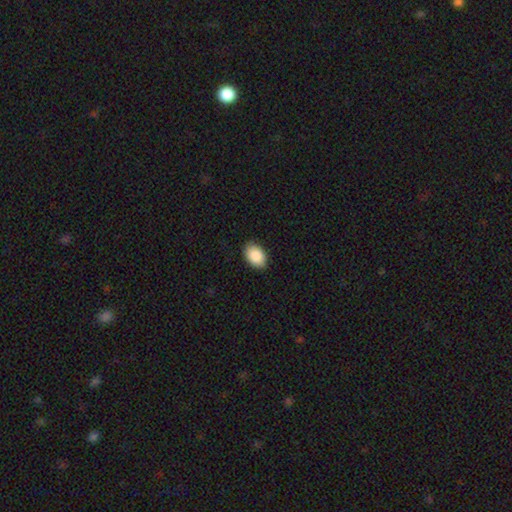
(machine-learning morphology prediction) Smooth or featured?
  - smooth: 89% *
  - star or artifact: 7%
  - featured or disk: 4%
How rounded?
  - in between: 86% *
  - round: 13%
  - cigar-shaped: 1%
Merging?
  - none: 87% *
  - minor disturbance: 10%
  - major disturbance: 2%
  - merger: 1%